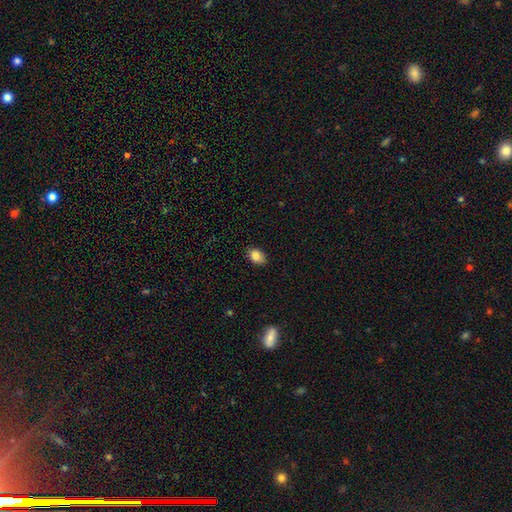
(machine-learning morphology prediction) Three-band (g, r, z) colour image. It shows a smooth galaxy with no disk features (86%) that is in between round and cigar-shaped (80%). Merging: none (84%).